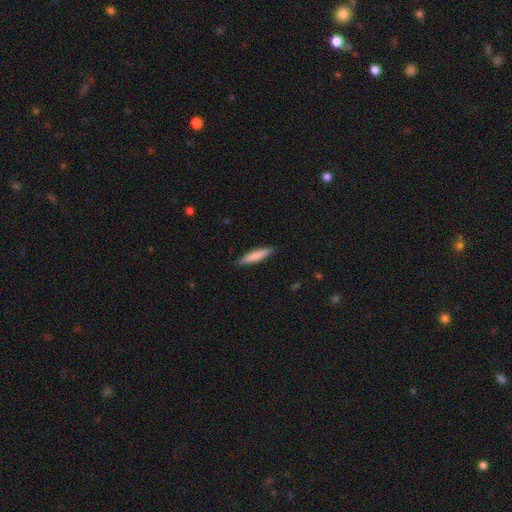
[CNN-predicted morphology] smooth-or-featured: smooth: 79% | featured or disk: 16% | star or artifact: 5%
  how-rounded: cigar-shaped: 84% | in between: 14% | round: 1%
  merging: none: 88% | minor disturbance: 10% | major disturbance: 2% | merger: 1%